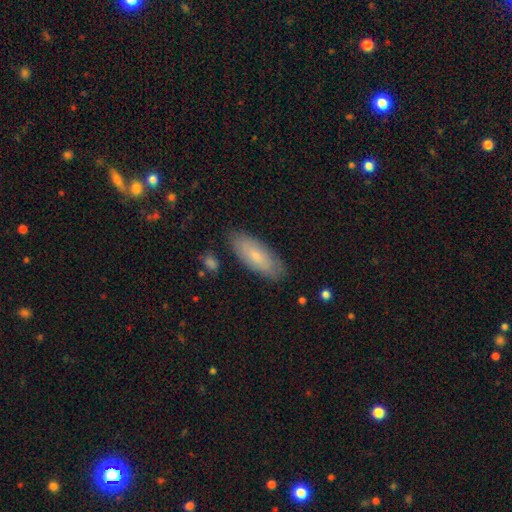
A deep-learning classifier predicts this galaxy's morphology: Smooth or featured? Predicted: smooth (p=0.73). How rounded? Predicted: in between (p=0.75). Merging? Predicted: none (p=0.83).